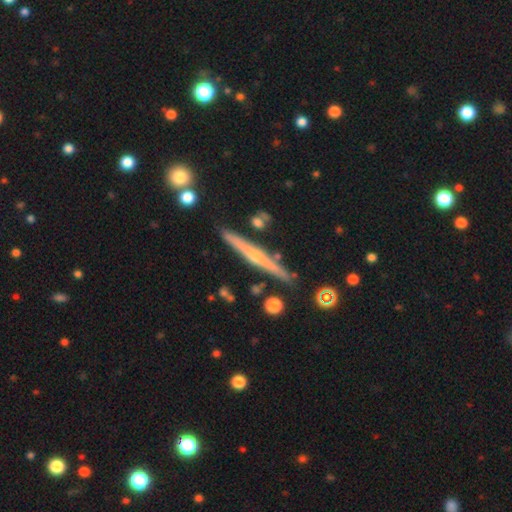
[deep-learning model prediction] Smooth or featured: featured or disk — 72% (smooth — 21%)
Edge-on disk: yes — 98% (no — 2%)
Edge-on bulge: rounded — 74% (none — 21%)
Merging: none — 88% (minor disturbance — 8%)